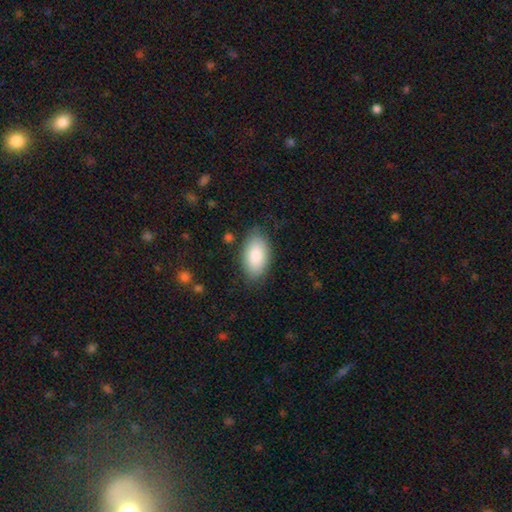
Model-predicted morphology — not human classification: A smooth galaxy with no disk features (86%) that is in between round and cigar-shaped (95%). Merging: none (82%).